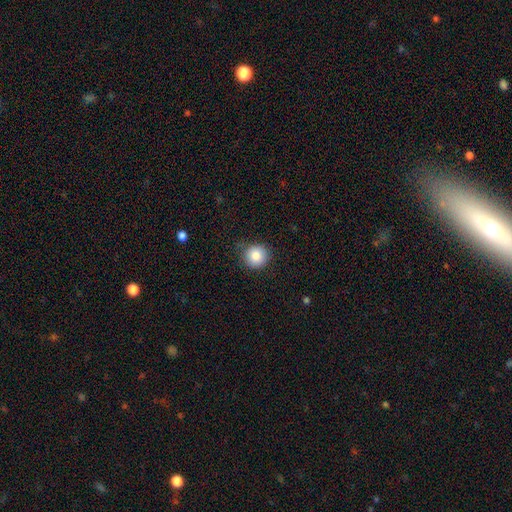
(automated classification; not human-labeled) Morphology: type=smooth (84%); roundness=round (93%); merging=none (82%).